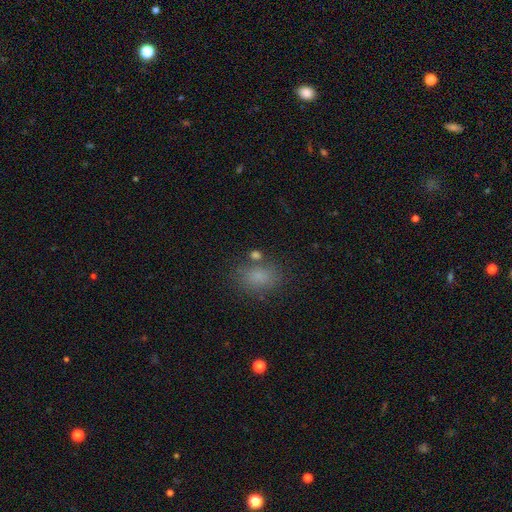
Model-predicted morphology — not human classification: A smooth galaxy with no disk features (78%) that is in between round and cigar-shaped (61%).

Vote fractions:
- Smooth or featured? smooth: 78% / star or artifact: 14% / featured or disk: 8%
- How rounded? in between: 61% / round: 37% / cigar-shaped: 1%
- Merging? none: 68% / minor disturbance: 16% / merger: 10% / major disturbance: 7%